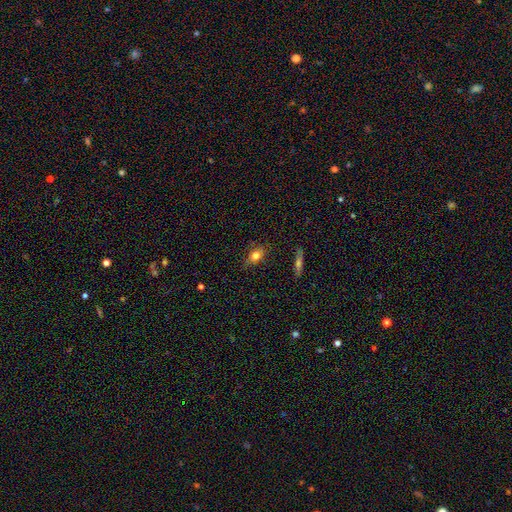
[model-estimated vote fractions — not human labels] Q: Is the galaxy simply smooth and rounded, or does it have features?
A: smooth — 77%.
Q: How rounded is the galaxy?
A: in between — 71%.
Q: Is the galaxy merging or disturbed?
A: none — 78%.